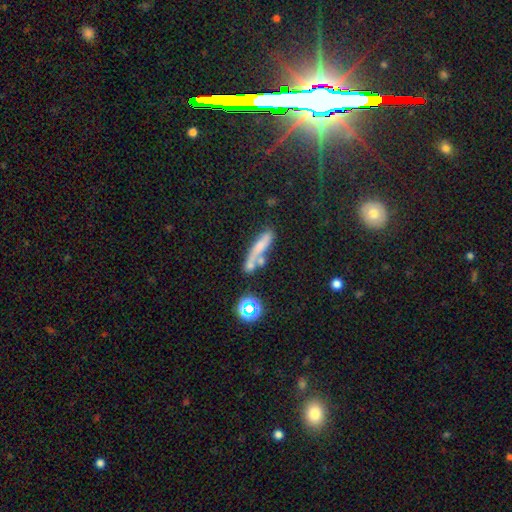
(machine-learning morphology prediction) Smooth or featured? Predicted: smooth (p=0.56). How rounded? Predicted: cigar-shaped (p=0.76). Merging? Predicted: none (p=0.50).